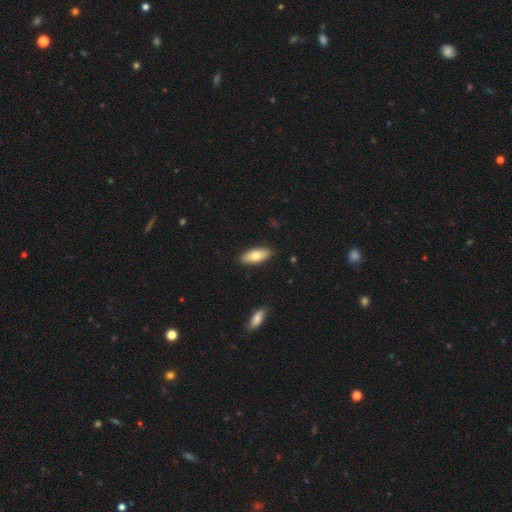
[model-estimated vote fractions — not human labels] This is likely a smooth galaxy (77%). How rounded: clearly in between (81%). Merging: clearly none (88%).